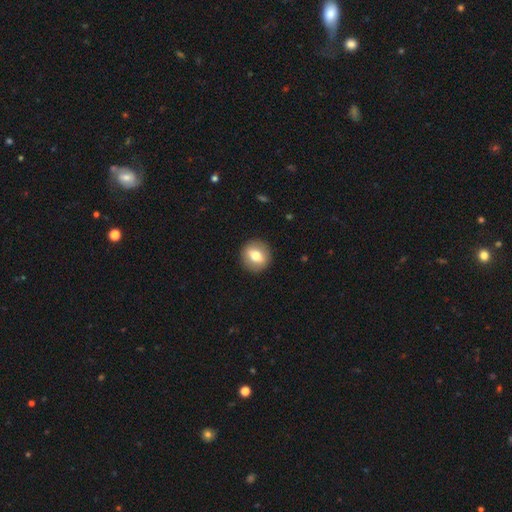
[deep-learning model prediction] smooth 66%, featured or disk 26%, star or artifact 8%. Down the decision tree: how rounded — round (83%); merging — none (90%).